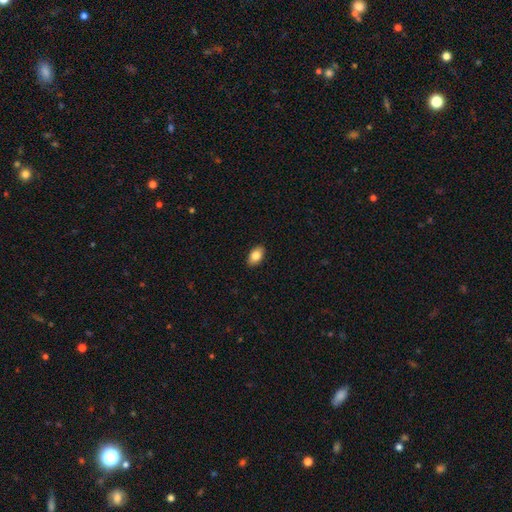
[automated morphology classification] A smooth galaxy with no disk features (83%) that is in between round and cigar-shaped (91%). Merging: none (90%).